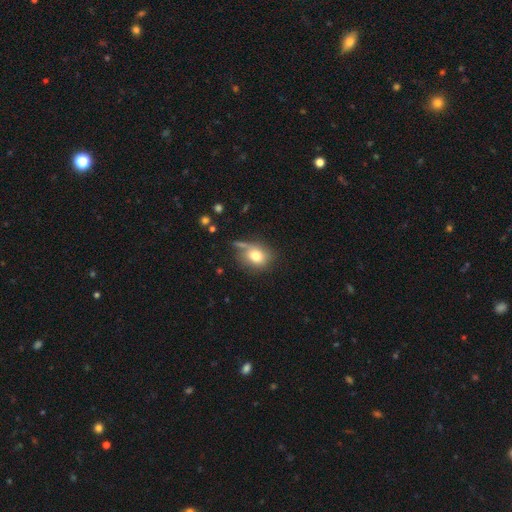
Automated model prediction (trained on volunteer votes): smooth-or-featured: smooth: 76% | featured or disk: 13% | star or artifact: 11%
  how-rounded: round: 54% | in between: 44% | cigar-shaped: 2%
  merging: none: 58% | minor disturbance: 22% | major disturbance: 10% | merger: 10%